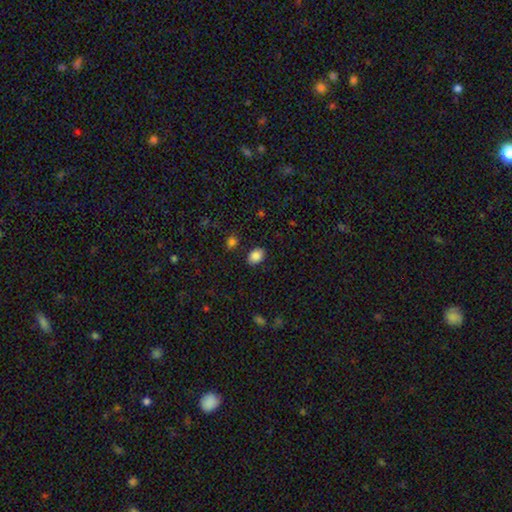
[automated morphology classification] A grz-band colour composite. It shows a smooth galaxy with no disk features (86%) that is in between round and cigar-shaped (76%). Merging: none (85%).